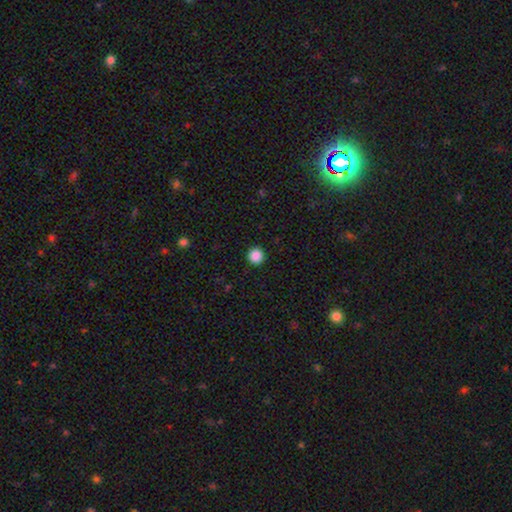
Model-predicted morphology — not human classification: type=smooth (88%); roundness=round (95%); merging=none (93%).